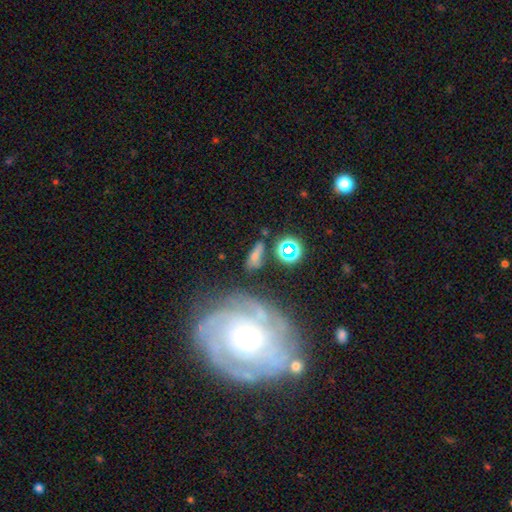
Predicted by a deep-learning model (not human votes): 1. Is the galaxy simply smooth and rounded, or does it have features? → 58% smooth, 21% featured or disk, 21% star or artifact.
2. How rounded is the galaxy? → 63% in between, 25% cigar-shaped, 13% round.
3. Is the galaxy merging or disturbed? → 60% none, 20% minor disturbance, 10% major disturbance, 10% merger.